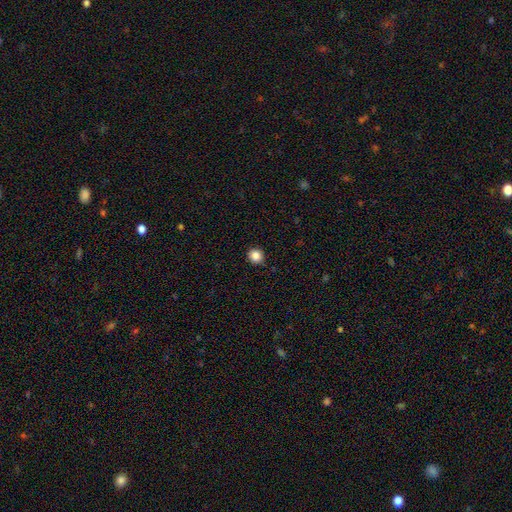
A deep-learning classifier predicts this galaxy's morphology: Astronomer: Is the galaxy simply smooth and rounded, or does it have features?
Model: smooth — 85%.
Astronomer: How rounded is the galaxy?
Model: round — 91%.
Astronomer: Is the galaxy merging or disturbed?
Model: none — 91%.